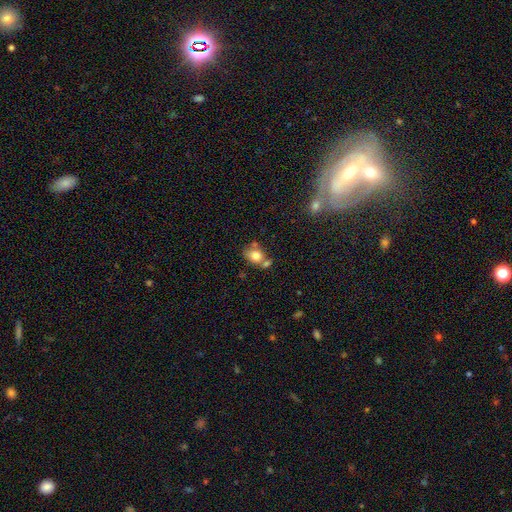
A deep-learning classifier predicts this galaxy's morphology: Smooth or featured?
  - smooth: 77% *
  - featured or disk: 13%
  - star or artifact: 10%
How rounded?
  - in between: 51% *
  - round: 48%
  - cigar-shaped: 1%
Merging?
  - none: 48% *
  - merger: 31%
  - minor disturbance: 15%
  - major disturbance: 5%